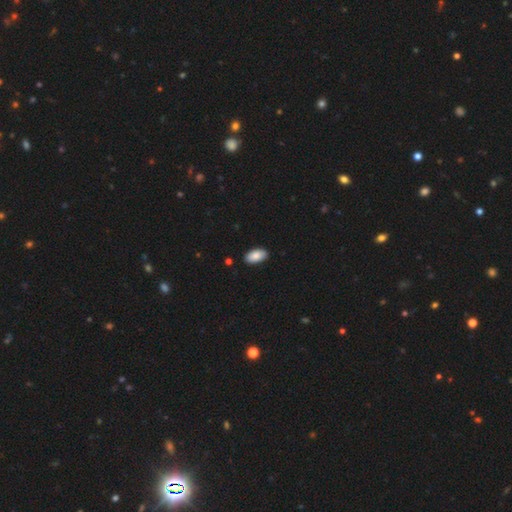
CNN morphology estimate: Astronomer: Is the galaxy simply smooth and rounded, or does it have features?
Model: smooth — 87%.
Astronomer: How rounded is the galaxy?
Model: in between — 95%.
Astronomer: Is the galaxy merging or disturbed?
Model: none — 88%.